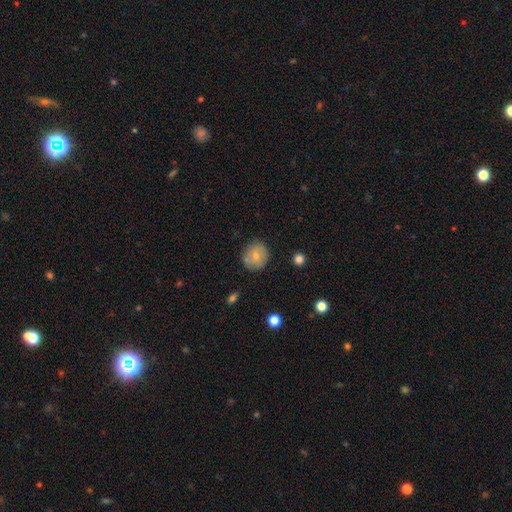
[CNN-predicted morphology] Smooth or featured? Predicted: smooth (p=0.72). How rounded? Predicted: round (p=0.84). Merging? Predicted: none (p=0.79).